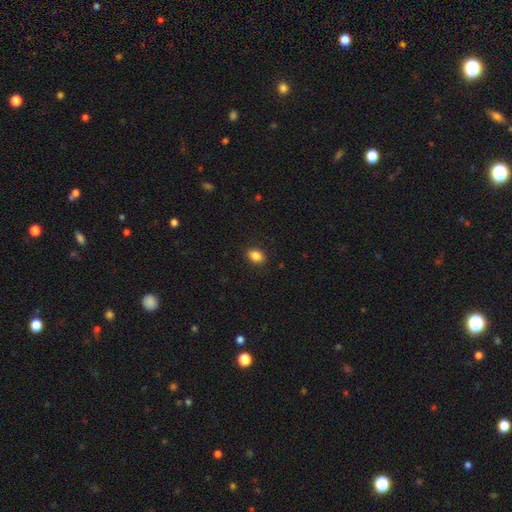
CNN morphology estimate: smooth-or-featured: smooth: 86% | star or artifact: 9% | featured or disk: 4%
  how-rounded: in between: 77% | round: 21% | cigar-shaped: 1%
  merging: none: 87% | minor disturbance: 9% | major disturbance: 2% | merger: 1%